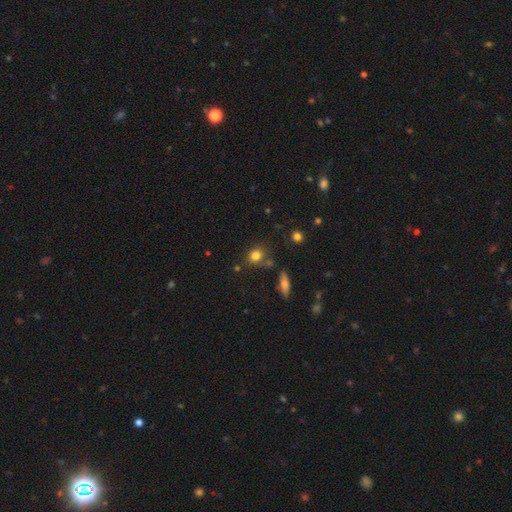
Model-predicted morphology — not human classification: This is likely a smooth galaxy (79%). How rounded: possibly round (56%). Merging: likely none (70%).